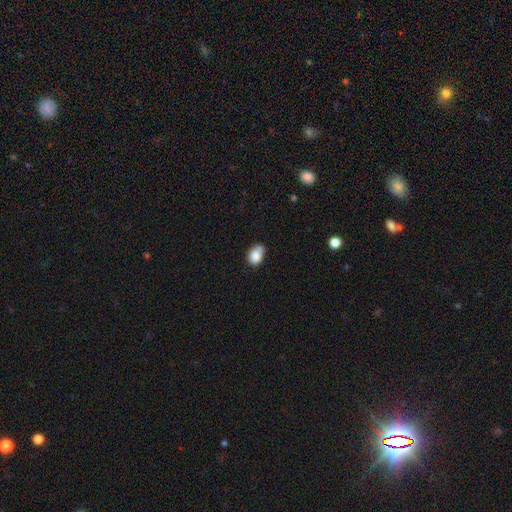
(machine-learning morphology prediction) Smooth or featured?
  - smooth: 83% *
  - star or artifact: 9%
  - featured or disk: 7%
How rounded?
  - in between: 66% *
  - round: 33%
  - cigar-shaped: 1%
Merging?
  - none: 47% *
  - minor disturbance: 31%
  - merger: 14%
  - major disturbance: 8%